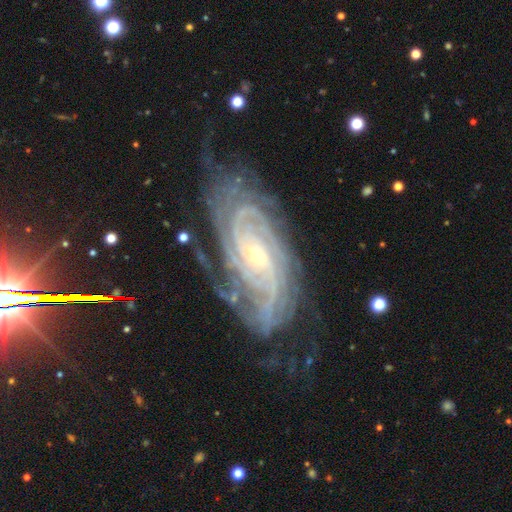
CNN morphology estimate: smooth_or_featured: featured or disk (p=0.91) [alt: star or artifact p=0.06]
disk_edge_on: no (p=0.96) [alt: yes p=0.04]
bar: no (p=0.59) [alt: weak p=0.29]
has_spiral_arms: yes (p=0.98) [alt: no p=0.02]
spiral_winding: tight (p=0.76) [alt: medium p=0.21]
spiral_arm_count: 2 (p=0.21) [alt: 4 p=0.20]
bulge_size: small (p=0.76) [alt: moderate p=0.21]
merging: none (p=0.70) [alt: minor disturbance p=0.20]